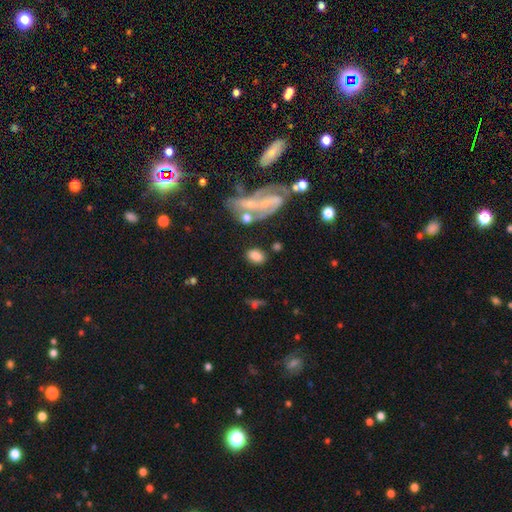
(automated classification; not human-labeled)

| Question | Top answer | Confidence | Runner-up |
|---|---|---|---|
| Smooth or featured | smooth | 76% | featured or disk (16%) |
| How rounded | in between | 81% | round (17%) |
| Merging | none | 68% | minor disturbance (15%) |